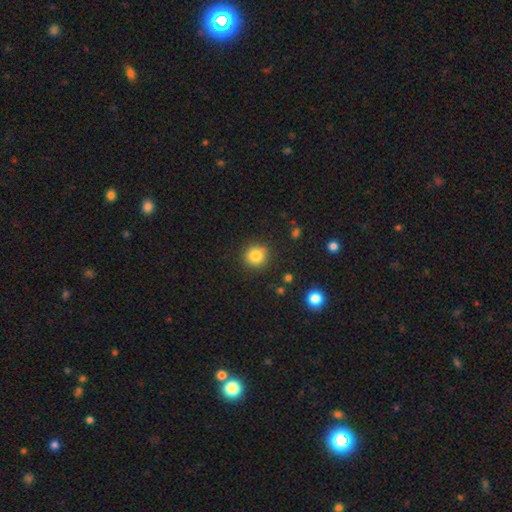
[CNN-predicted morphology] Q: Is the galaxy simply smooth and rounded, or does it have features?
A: smooth — 82%.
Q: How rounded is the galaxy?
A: round — 92%.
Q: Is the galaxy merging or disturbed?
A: none — 86%.